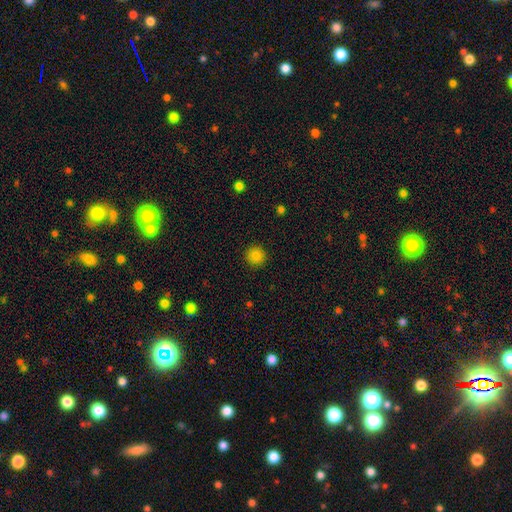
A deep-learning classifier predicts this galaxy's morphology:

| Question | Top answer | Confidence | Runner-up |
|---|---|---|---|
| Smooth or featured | smooth | 85% | star or artifact (11%) |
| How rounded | round | 94% | in between (5%) |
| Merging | none | 92% | minor disturbance (5%) |